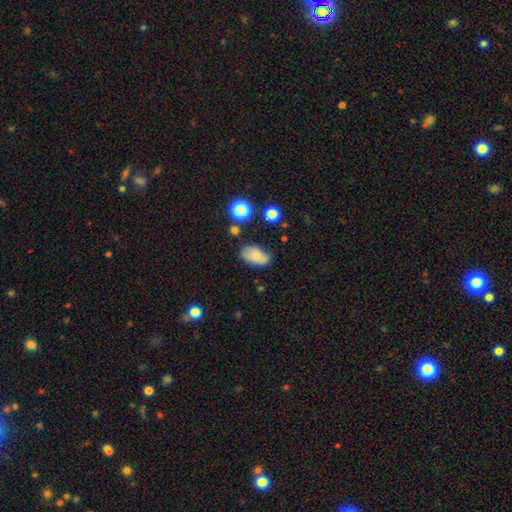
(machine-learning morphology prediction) A smooth galaxy with no disk features (77%) that is in between round and cigar-shaped (91%). Merging: none (71%).